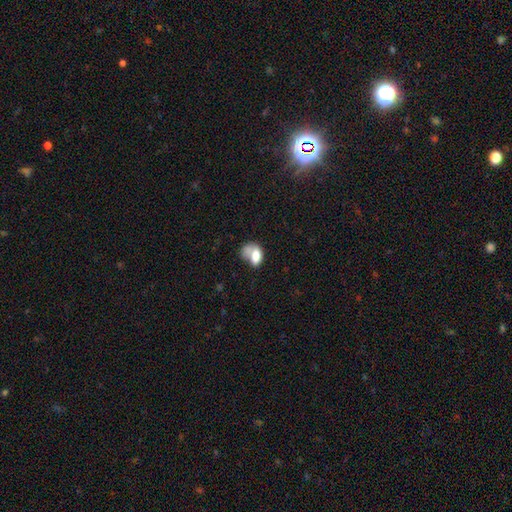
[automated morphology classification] Smooth or featured? smooth (69%)
How rounded? in between (78%)
Merging? merger (29%)